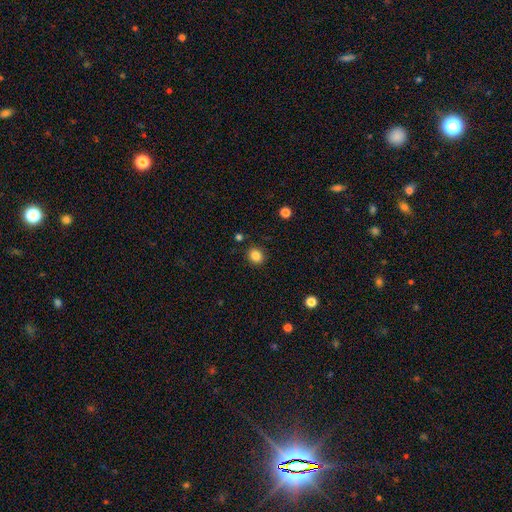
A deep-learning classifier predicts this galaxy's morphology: type=smooth (84%); roundness=round (73%); merging=none (88%).